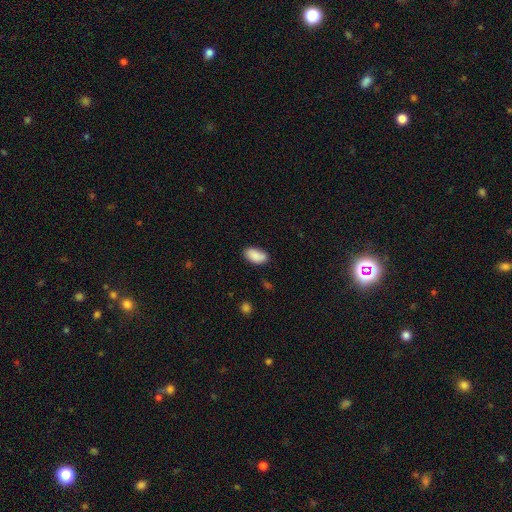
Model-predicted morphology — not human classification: Smooth or featured: smooth — 89% (star or artifact — 7%)
How rounded: in between — 94% (round — 3%)
Merging: none — 80% (minor disturbance — 16%)